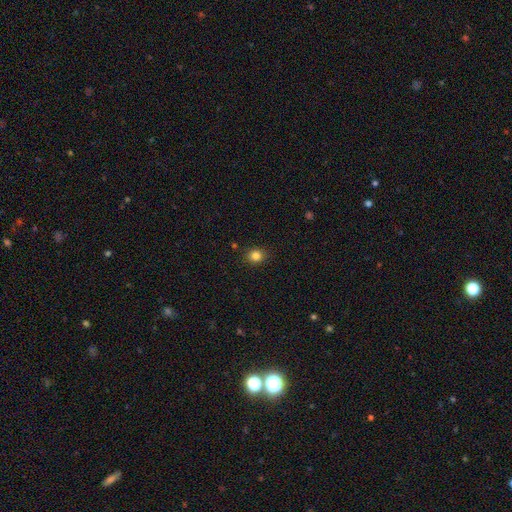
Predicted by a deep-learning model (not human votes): Smooth or featured? smooth (83%)
How rounded? round (75%)
Merging? none (89%)